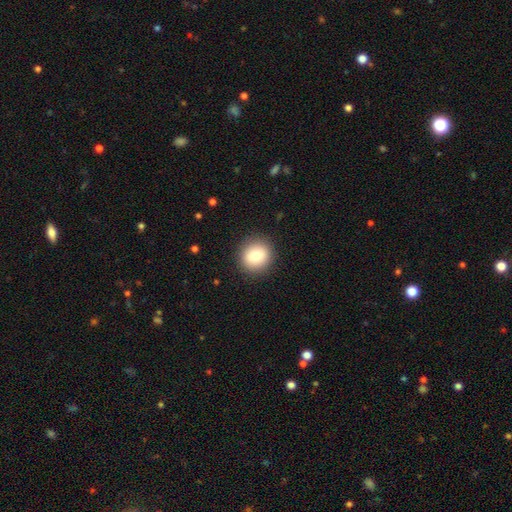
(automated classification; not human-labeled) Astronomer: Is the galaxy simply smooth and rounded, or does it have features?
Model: smooth — 81%.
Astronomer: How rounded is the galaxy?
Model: round — 88%.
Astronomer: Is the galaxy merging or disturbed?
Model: none — 90%.